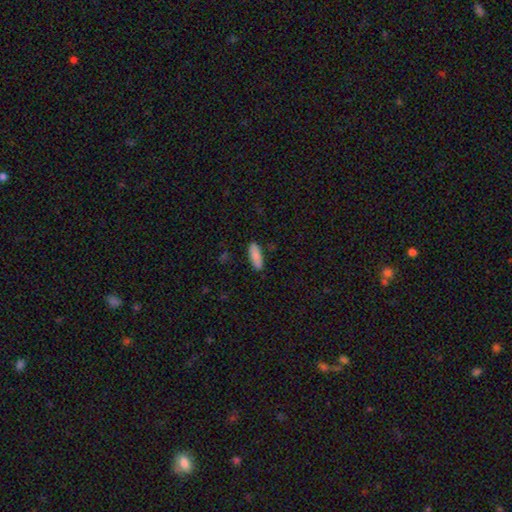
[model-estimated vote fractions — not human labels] Smooth or featured? smooth (88%)
How rounded? in between (55%)
Merging? none (88%)